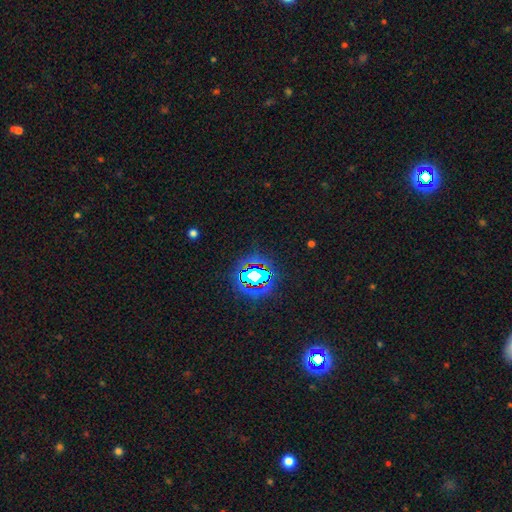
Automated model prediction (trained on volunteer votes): Q: Smooth or featured?
A: star or artifact (75%); runner-up: smooth (16%)